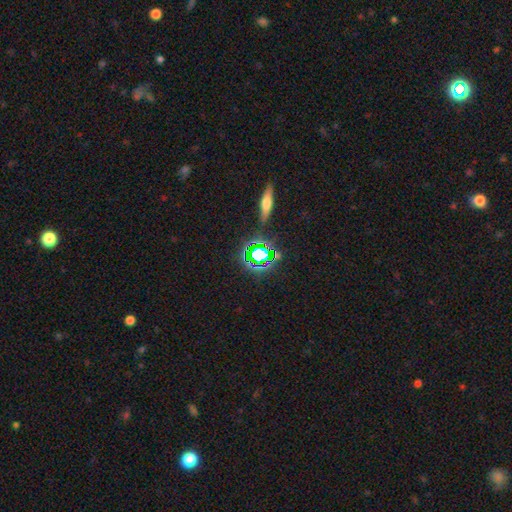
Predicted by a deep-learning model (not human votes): Smooth or featured?
  - star or artifact: 63% *
  - smooth: 25%
  - featured or disk: 12%